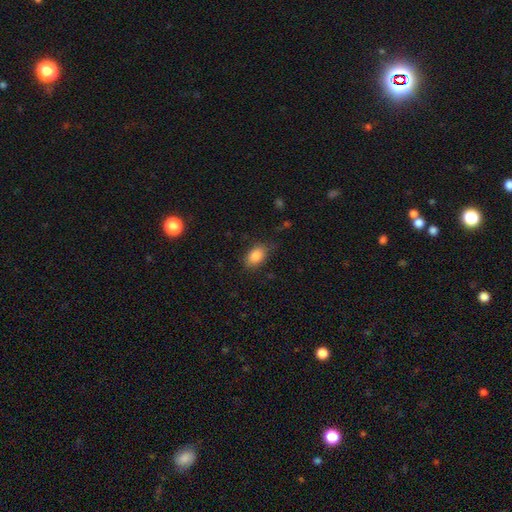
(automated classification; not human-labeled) Overall: smooth (86%). How rounded: in between (85%). Merging: none (76%).